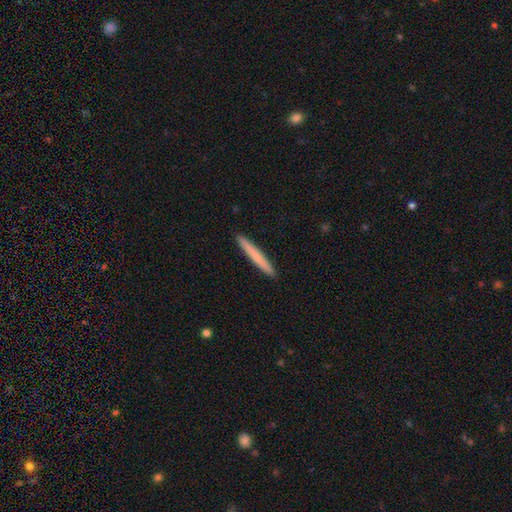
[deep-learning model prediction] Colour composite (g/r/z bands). It shows a smooth galaxy with no disk features (70%) that is cigar-shaped (97%). Merging: none (93%).